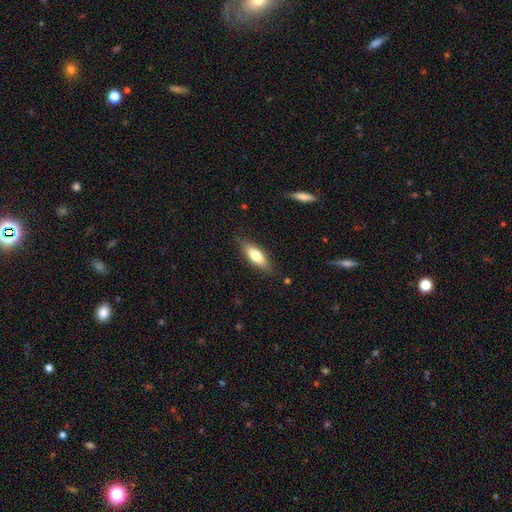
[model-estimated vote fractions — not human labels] Smooth or featured? Predicted: smooth (p=0.67). How rounded? Predicted: in between (p=0.58). Merging? Predicted: none (p=0.81).